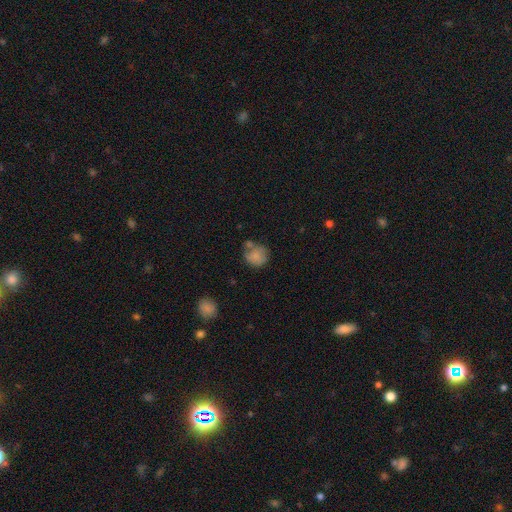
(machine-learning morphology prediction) smooth 79%, featured or disk 12%, star or artifact 9%. Down the decision tree: how rounded — round (81%); merging — none (50%).